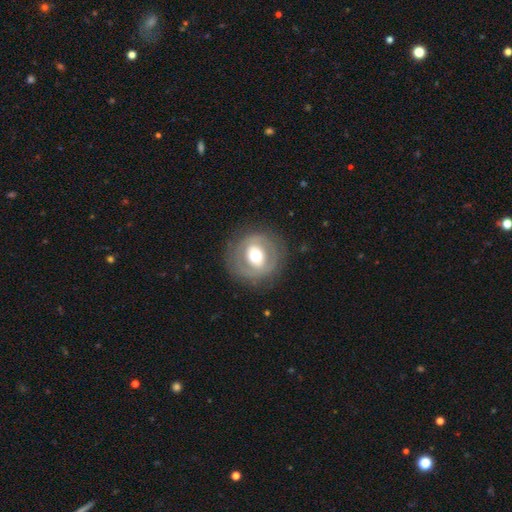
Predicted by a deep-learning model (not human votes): This appears to be a featured or disk galaxy (50%). Merging: none (80%).